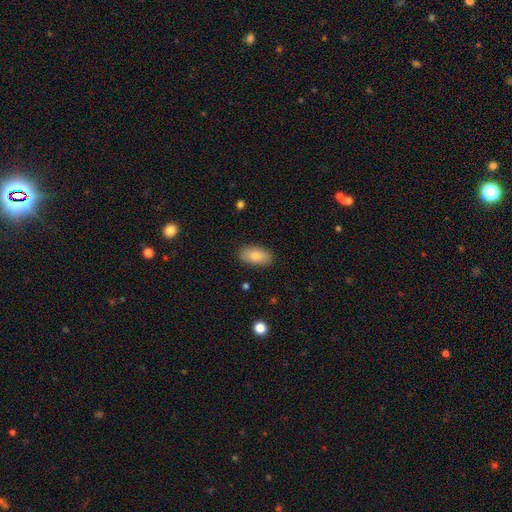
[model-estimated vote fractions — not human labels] This appears to be a smooth galaxy with no disk features (83%) that is in between round and cigar-shaped (94%). Merging: none (87%).